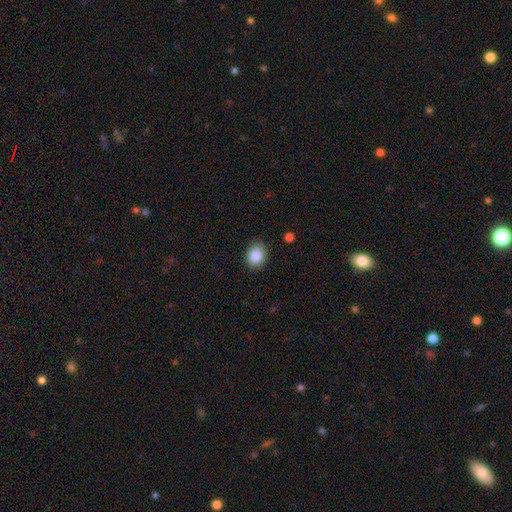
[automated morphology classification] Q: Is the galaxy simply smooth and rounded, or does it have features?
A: smooth — 88%.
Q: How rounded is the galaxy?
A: round — 52%.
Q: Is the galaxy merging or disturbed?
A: none — 86%.